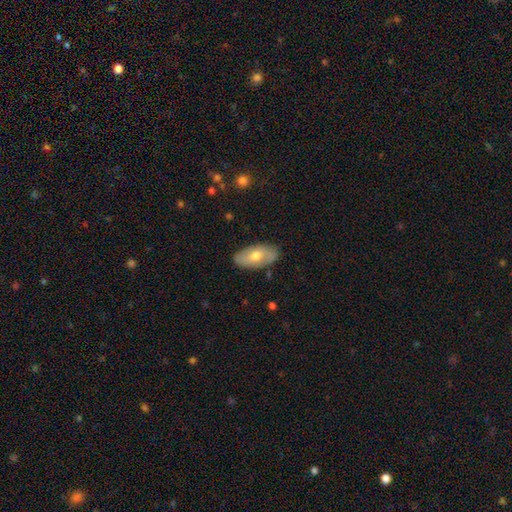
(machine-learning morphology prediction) Overall: smooth (56%; featured or disk 39%). How rounded: in between (92%). Merging: none (84%).